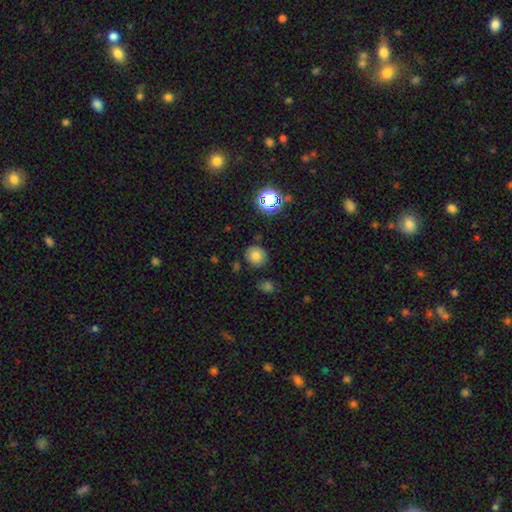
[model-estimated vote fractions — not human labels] Q: Smooth or featured?
A: smooth (77%); runner-up: star or artifact (15%)
Q: How rounded?
A: round (84%); runner-up: in between (15%)
Q: Merging?
A: none (84%); runner-up: minor disturbance (10%)